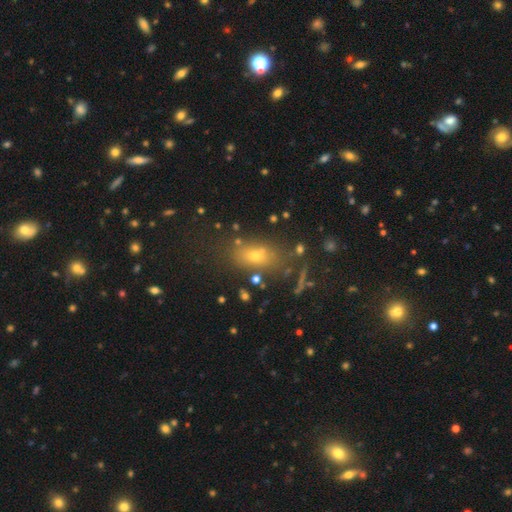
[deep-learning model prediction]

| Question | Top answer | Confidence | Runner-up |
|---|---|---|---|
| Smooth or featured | smooth | 64% | star or artifact (21%) |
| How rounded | in between | 77% | round (16%) |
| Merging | none | 71% | minor disturbance (14%) |